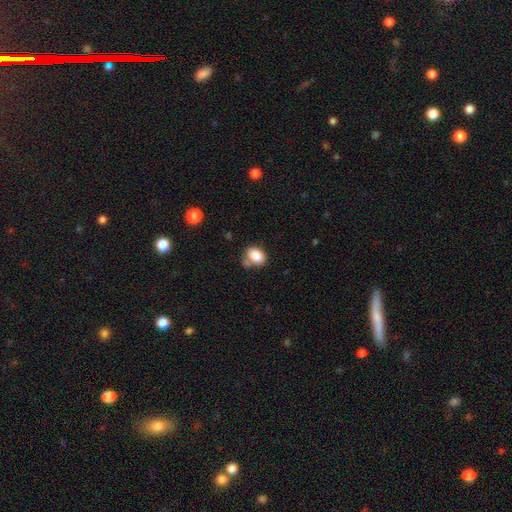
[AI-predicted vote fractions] smooth 85%, star or artifact 9%, featured or disk 6%. Down the decision tree: how rounded — in between (70%); merging — none (56%).